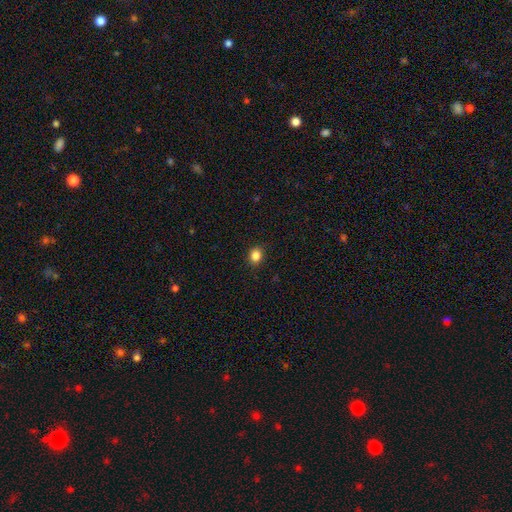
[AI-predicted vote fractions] smooth 86%, star or artifact 11%, featured or disk 4%. Down the decision tree: how rounded — round (57%); merging — none (90%).